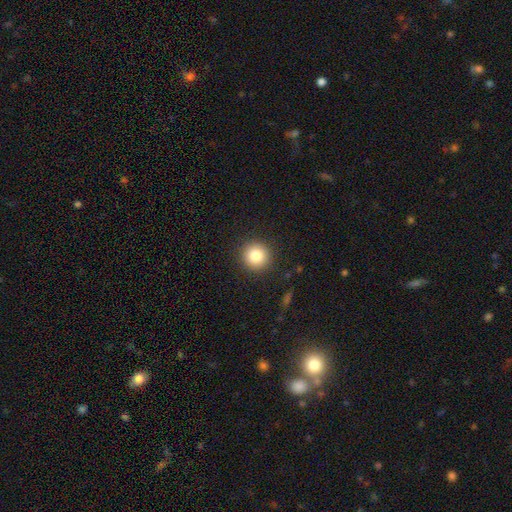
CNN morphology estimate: Overall: smooth (83%). How rounded: round (95%). Merging: none (91%).